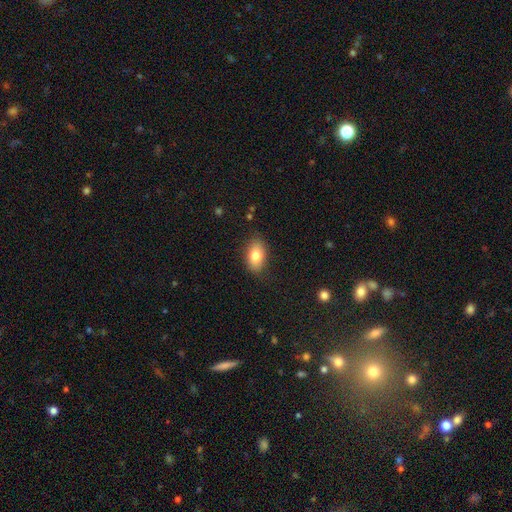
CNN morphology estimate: Smooth or featured?
  - smooth: 80% *
  - featured or disk: 12%
  - star or artifact: 8%
How rounded?
  - in between: 89% *
  - round: 9%
  - cigar-shaped: 2%
Merging?
  - none: 84% *
  - minor disturbance: 12%
  - major disturbance: 3%
  - merger: 1%